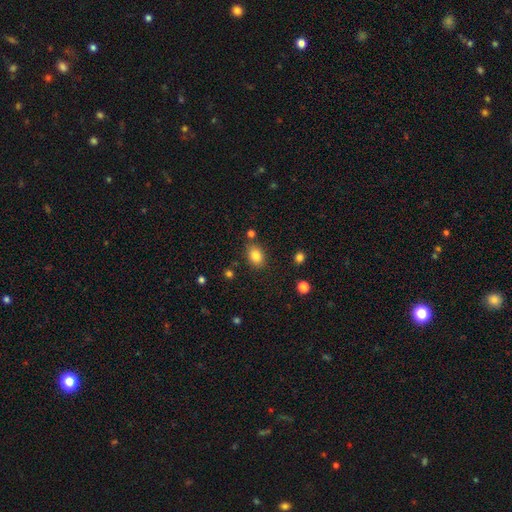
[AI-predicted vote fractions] Smooth or featured: smooth — 83% (star or artifact — 10%)
How rounded: in between — 67% (round — 32%)
Merging: none — 81% (minor disturbance — 11%)